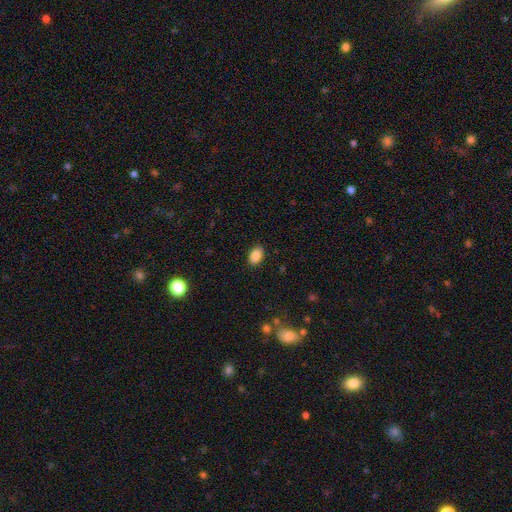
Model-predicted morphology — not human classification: This is clearly a smooth galaxy (87%). How rounded: clearly in between (88%). Merging: clearly none (87%).